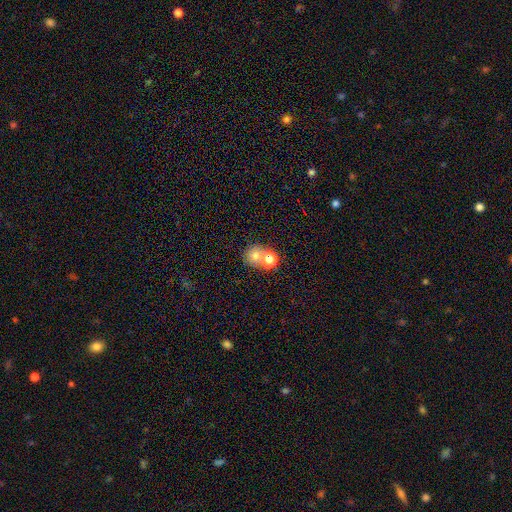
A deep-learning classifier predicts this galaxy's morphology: type=smooth (69%); roundness=round (82%); merging=none (50%).